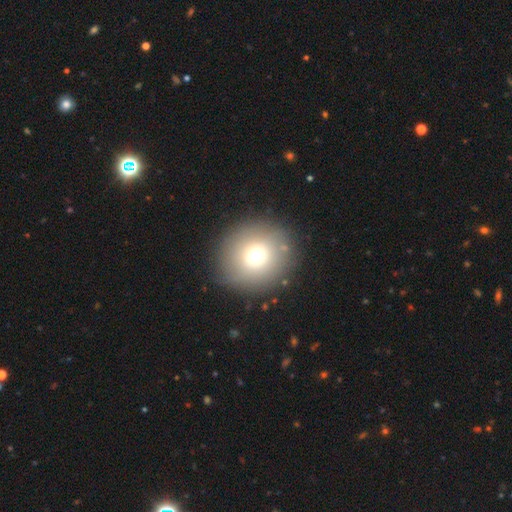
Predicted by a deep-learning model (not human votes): smooth-or-featured: smooth: 72% | featured or disk: 15% | star or artifact: 13%
  how-rounded: round: 91% | in between: 8% | cigar-shaped: 1%
  merging: none: 86% | minor disturbance: 8% | major disturbance: 4% | merger: 2%